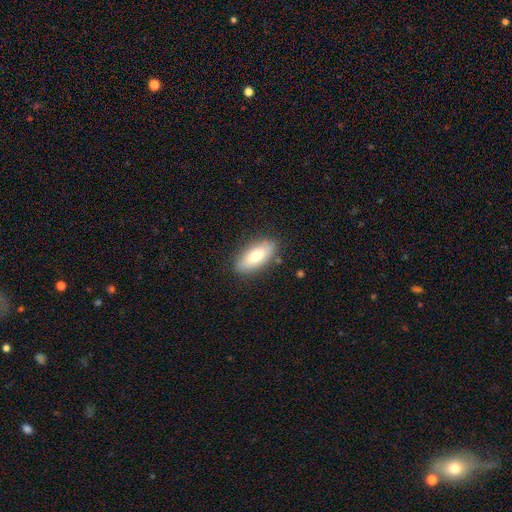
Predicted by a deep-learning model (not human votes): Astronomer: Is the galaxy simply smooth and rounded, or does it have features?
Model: smooth — 73%.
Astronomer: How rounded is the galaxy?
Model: in between — 84%.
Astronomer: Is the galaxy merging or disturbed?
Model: none — 85%.